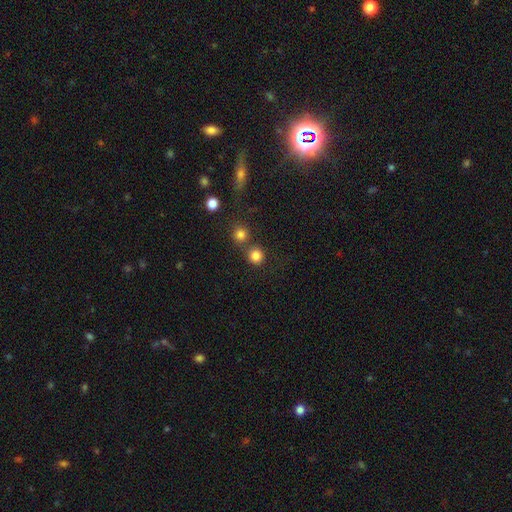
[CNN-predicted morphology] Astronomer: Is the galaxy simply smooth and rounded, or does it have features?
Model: smooth — 82%.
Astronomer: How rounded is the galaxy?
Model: round — 93%.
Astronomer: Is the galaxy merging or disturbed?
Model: none — 71%.